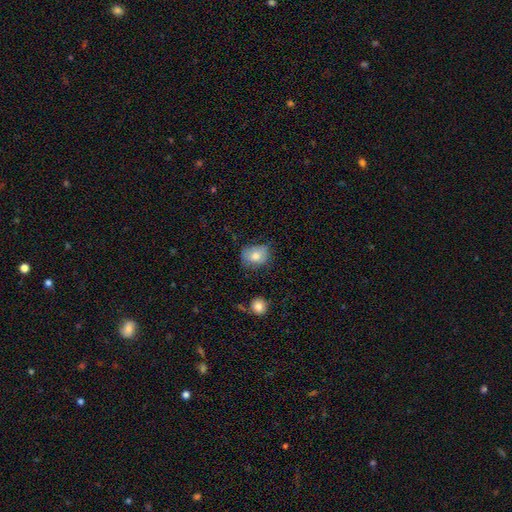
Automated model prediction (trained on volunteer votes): smooth-or-featured: smooth: 76% | featured or disk: 15% | star or artifact: 9%
  how-rounded: round: 51% | in between: 48% | cigar-shaped: 1%
  merging: none: 56% | minor disturbance: 32% | major disturbance: 10% | merger: 3%